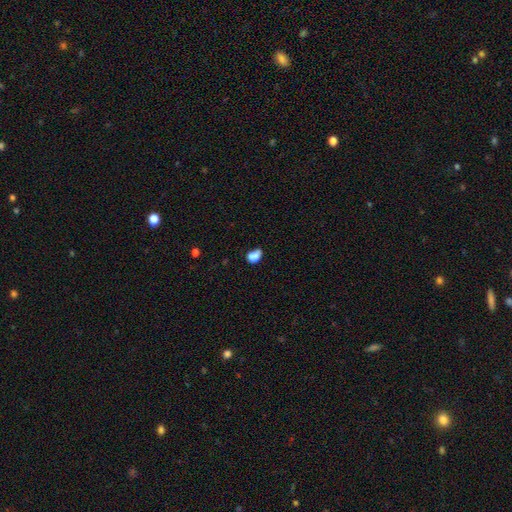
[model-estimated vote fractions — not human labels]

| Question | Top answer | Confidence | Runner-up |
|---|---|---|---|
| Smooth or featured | smooth | 79% | featured or disk (11%) |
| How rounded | in between | 73% | round (25%) |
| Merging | none | 38% | minor disturbance (29%) |